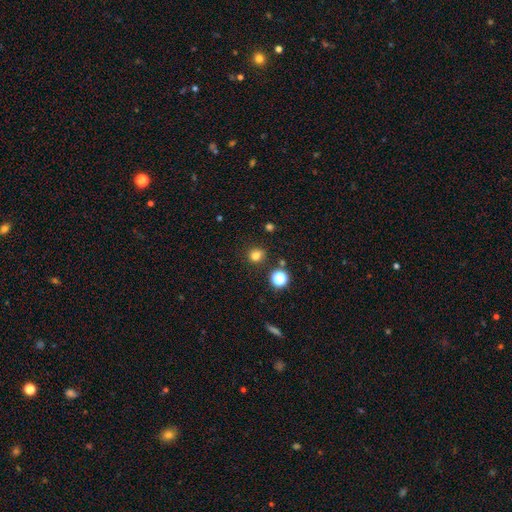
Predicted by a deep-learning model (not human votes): This appears to be a smooth galaxy with no disk features (77%) that is round (76%). Merging: none (81%).